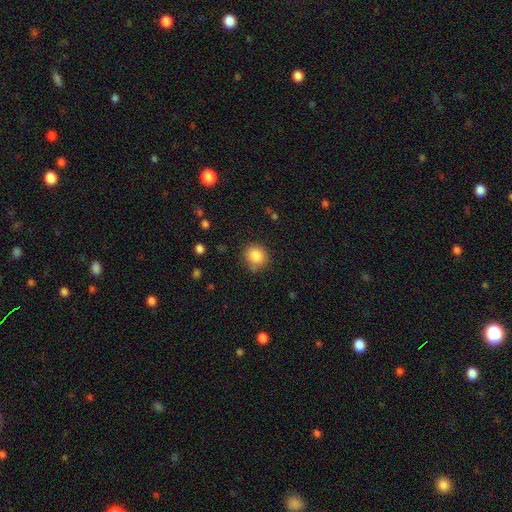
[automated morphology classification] This is clearly a smooth galaxy (85%). How rounded: clearly round (87%). Merging: likely none (79%).